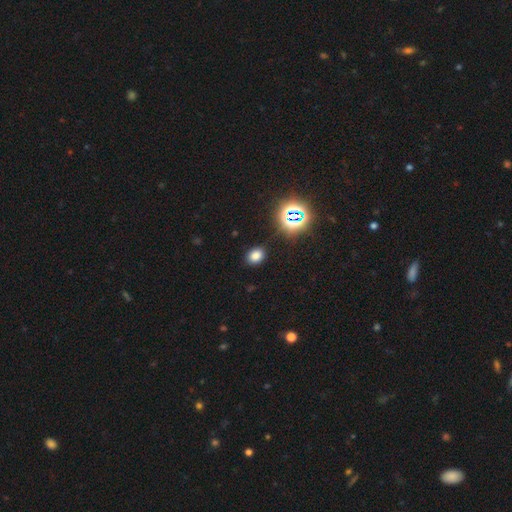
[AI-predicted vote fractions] This is likely a smooth galaxy (73%). How rounded: likely in between (62%). Merging: clearly none (85%).